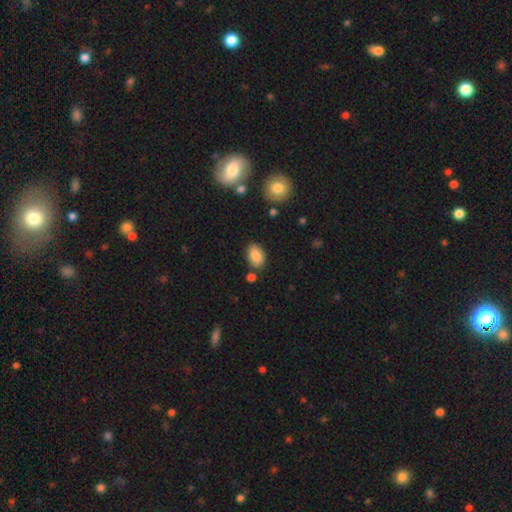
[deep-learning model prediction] smooth 85%, star or artifact 8%, featured or disk 7%. Down the decision tree: how rounded — in between (90%); merging — none (79%).